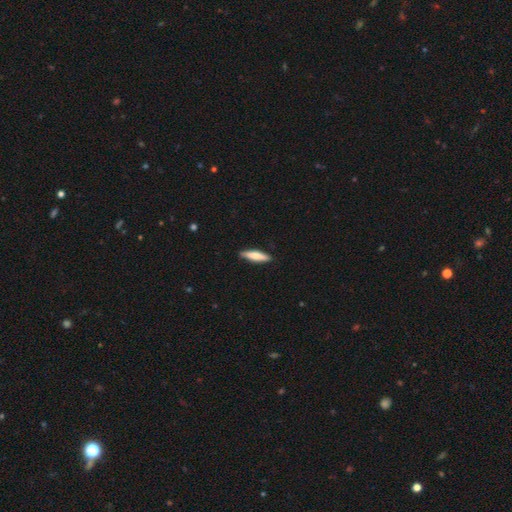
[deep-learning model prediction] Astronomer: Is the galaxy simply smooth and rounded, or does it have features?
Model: smooth — 71%.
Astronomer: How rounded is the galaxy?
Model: cigar-shaped — 77%.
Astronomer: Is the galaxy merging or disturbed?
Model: none — 89%.